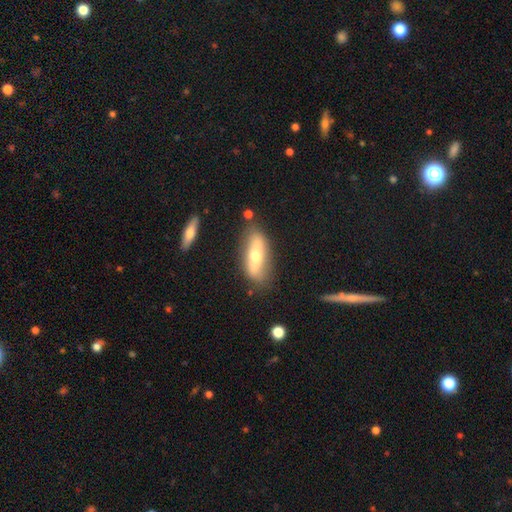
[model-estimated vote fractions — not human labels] smooth 49%, featured or disk 45%, star or artifact 6%. Down the decision tree: merging — none (75%).